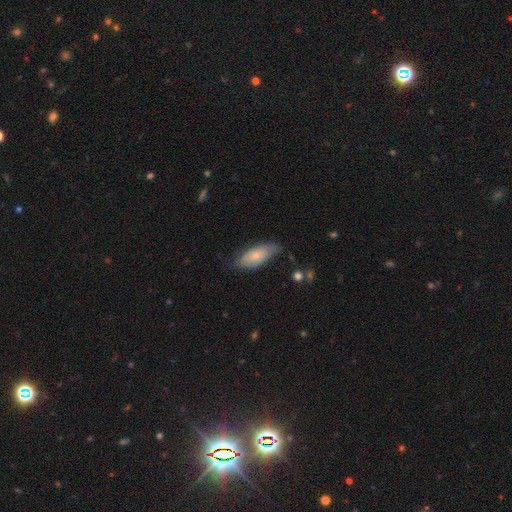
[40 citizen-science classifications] A smooth galaxy with no disk features (72%) that is in between round and cigar-shaped (90%).

Vote fractions:
- Smooth or featured? smooth: 72% / featured or disk: 15% / star or artifact: 12%
- How rounded? in between: 90% / cigar-shaped: 10% / round: 0%
- Merging? none: 51% / minor disturbance: 43% / merger: 6% / major disturbance: 0%